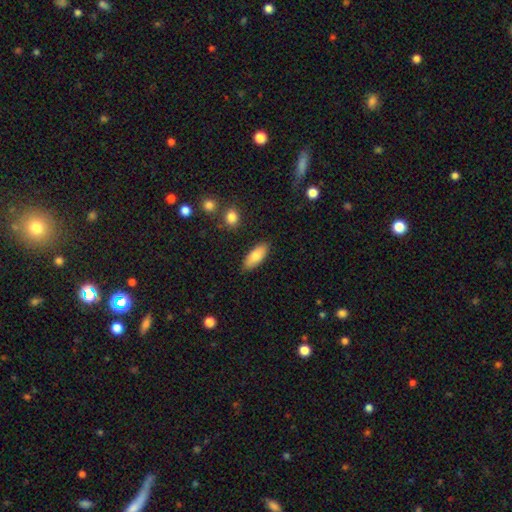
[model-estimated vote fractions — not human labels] smooth 80%, featured or disk 14%, star or artifact 6%. Down the decision tree: how rounded — in between (81%); merging — none (87%).